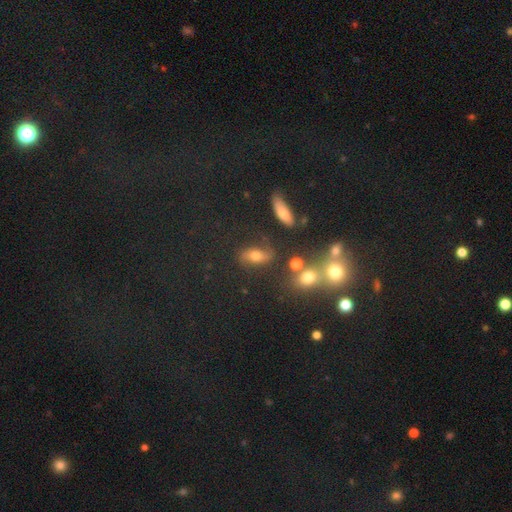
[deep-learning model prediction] This appears to be a smooth galaxy with no disk features (50%) that is in between round and cigar-shaped (71%). Merging: none (69%).